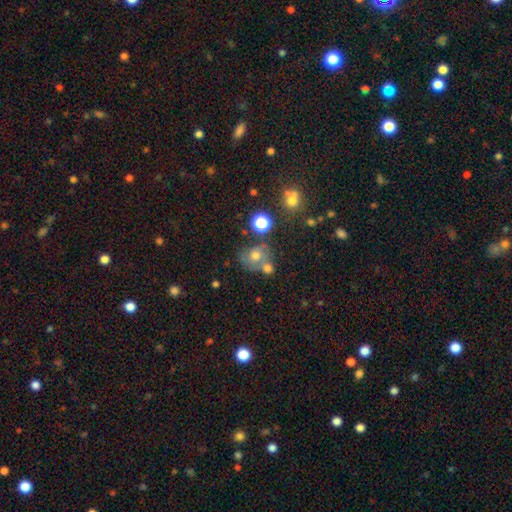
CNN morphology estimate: Smooth or featured?
  - smooth: 57% *
  - featured or disk: 25%
  - star or artifact: 19%
How rounded?
  - round: 72% *
  - in between: 27%
  - cigar-shaped: 1%
Merging?
  - none: 49% *
  - merger: 28%
  - minor disturbance: 15%
  - major disturbance: 8%